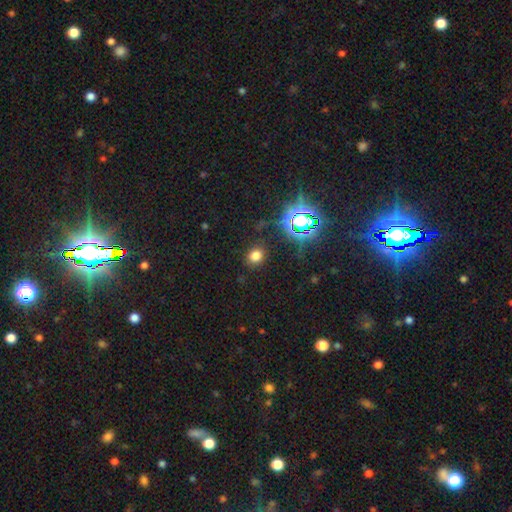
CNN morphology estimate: Smooth or featured? Predicted: smooth (p=0.70). How rounded? Predicted: round (p=0.64). Merging? Predicted: none (p=0.86).